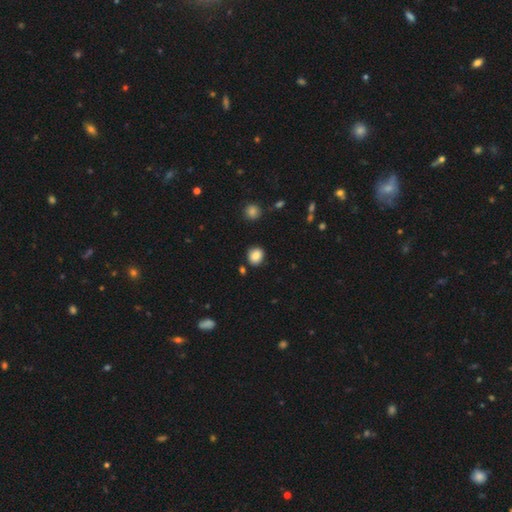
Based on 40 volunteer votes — Smooth or featured? 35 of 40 (88%) said smooth. How rounded? 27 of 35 (77%) said round. Merging? 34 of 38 (89%) said none.